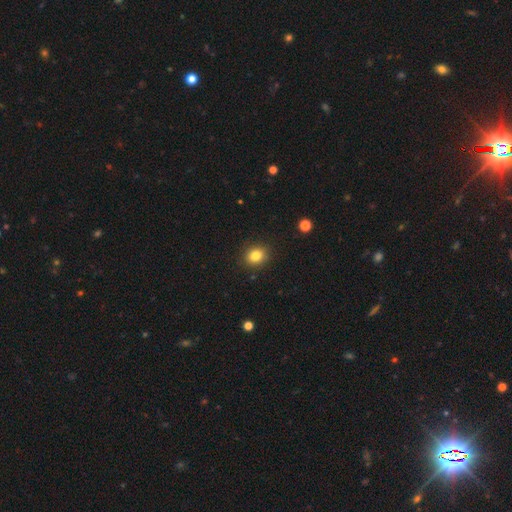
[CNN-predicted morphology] Smooth or featured: smooth — 83% (star or artifact — 11%)
How rounded: round — 61% (in between — 38%)
Merging: none — 90% (minor disturbance — 7%)